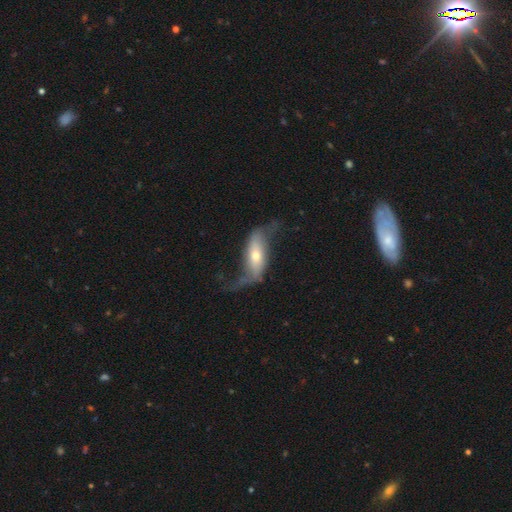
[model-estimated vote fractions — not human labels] featured or disk 76%, smooth 18%, star or artifact 6%. Down the decision tree: edge-on disk — no (85%); bar — no (44%); spiral arms — yes (87%); spiral arm count — 2 (89%); spiral winding — loose (88%); bulge size — moderate (48%); merging — none (51%).